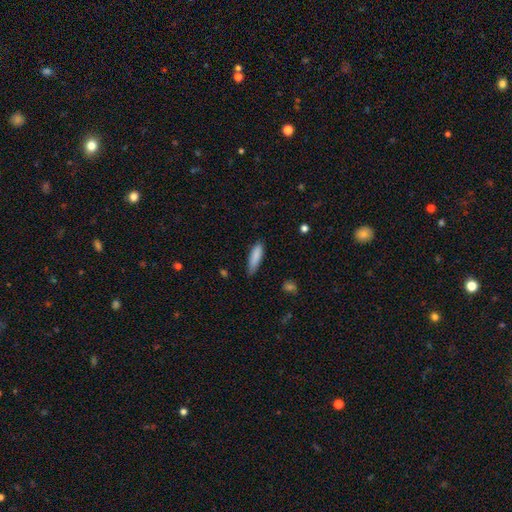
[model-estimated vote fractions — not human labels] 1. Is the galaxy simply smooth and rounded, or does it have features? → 85% smooth, 8% featured or disk, 7% star or artifact.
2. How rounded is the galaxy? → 61% cigar-shaped, 38% in between, 1% round.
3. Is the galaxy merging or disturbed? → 67% none, 27% minor disturbance, 4% major disturbance, 2% merger.